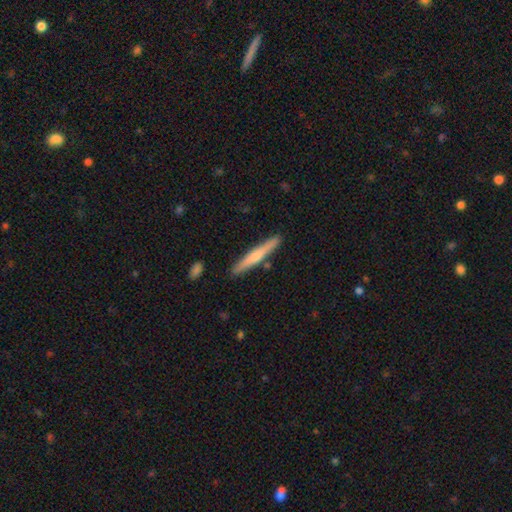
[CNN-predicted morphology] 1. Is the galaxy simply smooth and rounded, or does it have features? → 52% smooth, 43% featured or disk, 5% star or artifact.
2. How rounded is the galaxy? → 95% cigar-shaped, 4% in between, 1% round.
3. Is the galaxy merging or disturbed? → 87% none, 9% minor disturbance, 3% merger, 2% major disturbance.